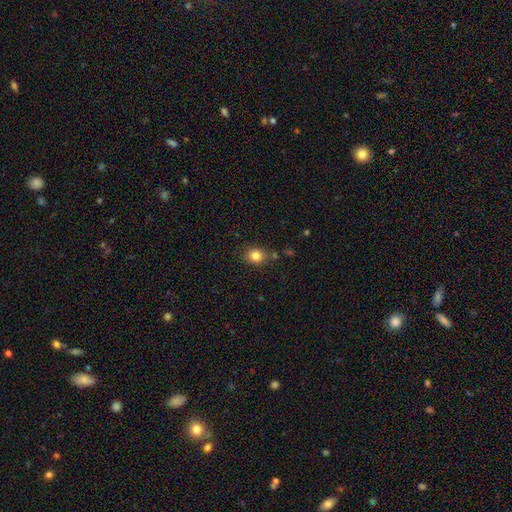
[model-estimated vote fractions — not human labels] The model was most divided on "how rounded": round: 68%, in between: 31%, cigar-shaped: 1%. More confident: smooth or featured — smooth (84%); merging — none (79%).